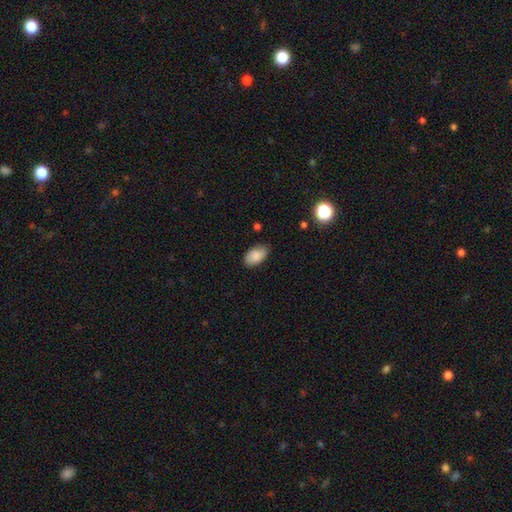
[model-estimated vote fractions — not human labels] Overall: smooth (86%). How rounded: in between (94%). Merging: none (83%).